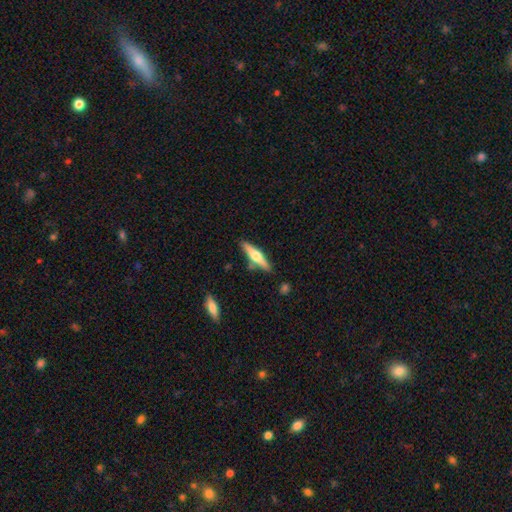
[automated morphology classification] A featured or disk galaxy (58%) viewed edge-on (96%) with a rounded central bulge (92%). Merging: none (83%).